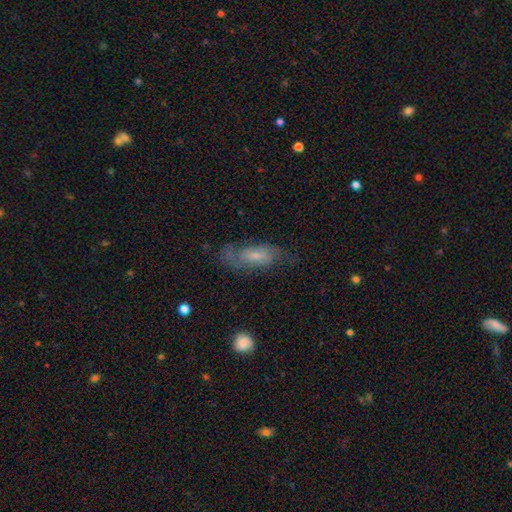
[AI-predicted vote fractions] A featured or disk galaxy (57%).

Vote fractions:
- Smooth or featured? featured or disk: 57% / smooth: 35% / star or artifact: 8%
- Edge-on disk? no: 87% / yes: 13%
- Merging? none: 60% / minor disturbance: 22% / major disturbance: 15% / merger: 2%